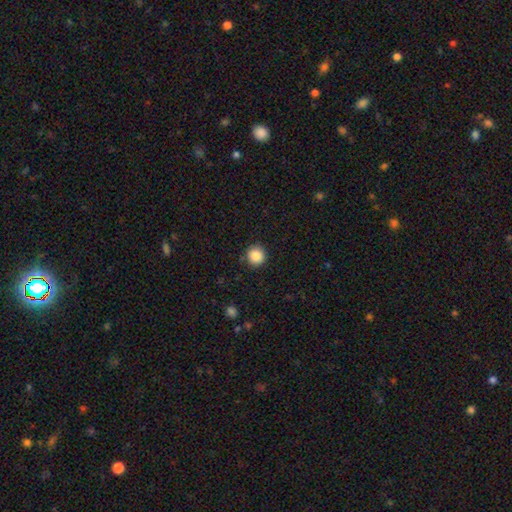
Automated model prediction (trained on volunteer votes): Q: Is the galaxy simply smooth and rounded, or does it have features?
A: smooth — 86%.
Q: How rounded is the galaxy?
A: round — 93%.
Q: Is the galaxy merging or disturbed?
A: none — 90%.